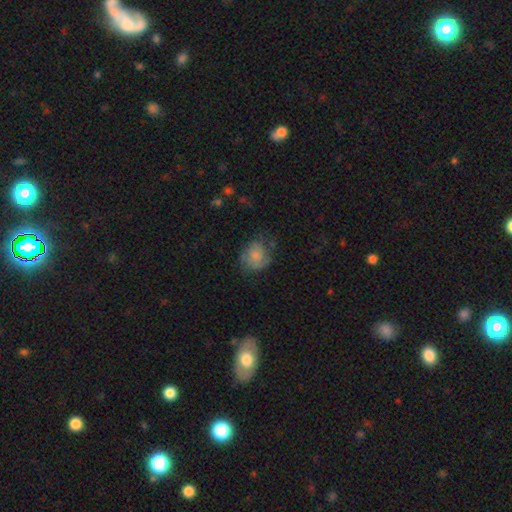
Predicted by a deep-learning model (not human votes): A smooth galaxy with no disk features (61%) that is round (62%).

Vote fractions:
- Smooth or featured? smooth: 61% / featured or disk: 30% / star or artifact: 9%
- How rounded? round: 62% / in between: 37% / cigar-shaped: 1%
- Merging? none: 54% / minor disturbance: 28% / major disturbance: 16% / merger: 2%